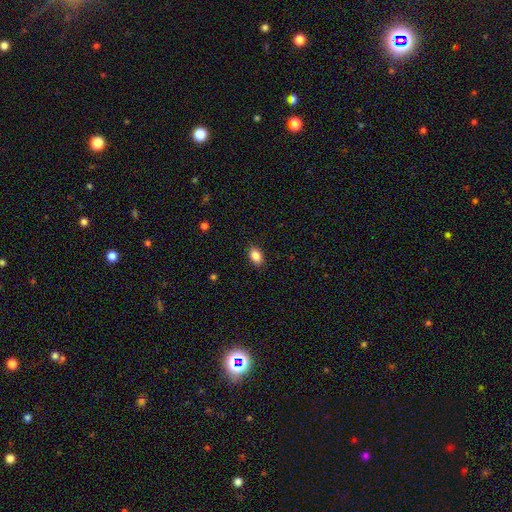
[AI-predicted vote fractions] smooth 87%, star or artifact 8%, featured or disk 5%. Down the decision tree: how rounded — in between (89%); merging — none (88%).